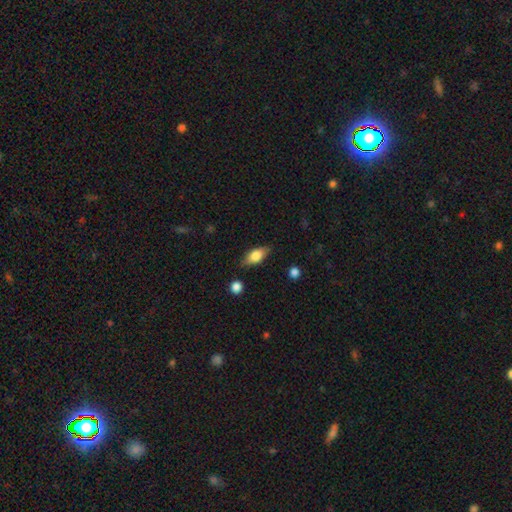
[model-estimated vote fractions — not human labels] Q: Smooth or featured?
A: smooth (69%); runner-up: featured or disk (24%)
Q: How rounded?
A: in between (81%); runner-up: cigar-shaped (13%)
Q: Merging?
A: none (79%); runner-up: minor disturbance (15%)